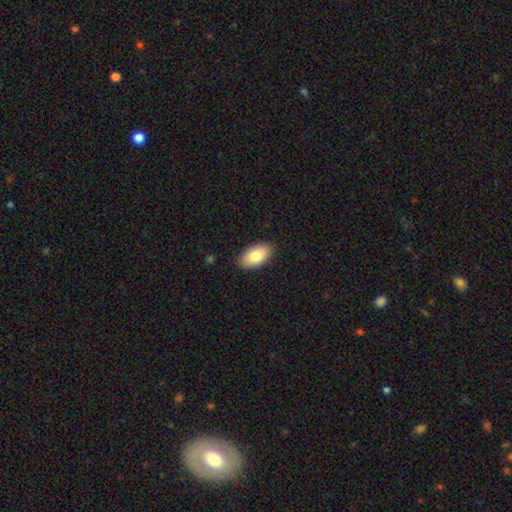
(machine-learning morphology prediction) smooth-or-featured: smooth: 79% | featured or disk: 14% | star or artifact: 6%
  how-rounded: in between: 94% | round: 4% | cigar-shaped: 2%
  merging: none: 88% | minor disturbance: 9% | major disturbance: 2% | merger: 1%